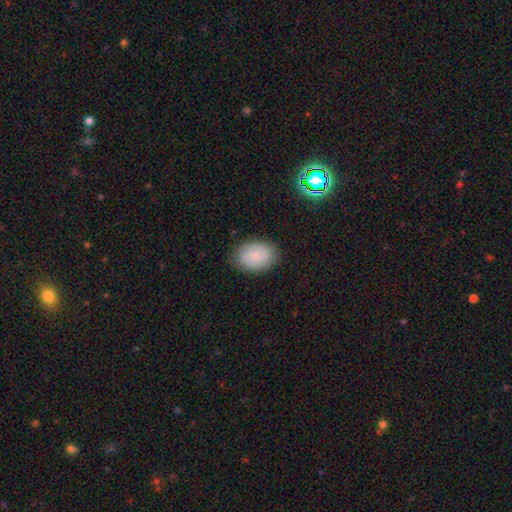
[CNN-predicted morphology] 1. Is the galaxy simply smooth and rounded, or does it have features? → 83% smooth, 10% featured or disk, 7% star or artifact.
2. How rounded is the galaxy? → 80% in between, 19% round, 1% cigar-shaped.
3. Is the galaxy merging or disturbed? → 86% none, 11% minor disturbance, 3% major disturbance, 1% merger.